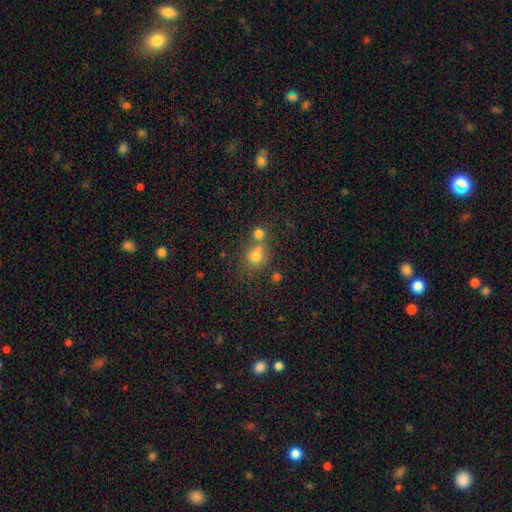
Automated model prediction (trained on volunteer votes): Smooth or featured: smooth — 75% (star or artifact — 14%)
How rounded: round — 75% (in between — 24%)
Merging: none — 47% (merger — 38%)